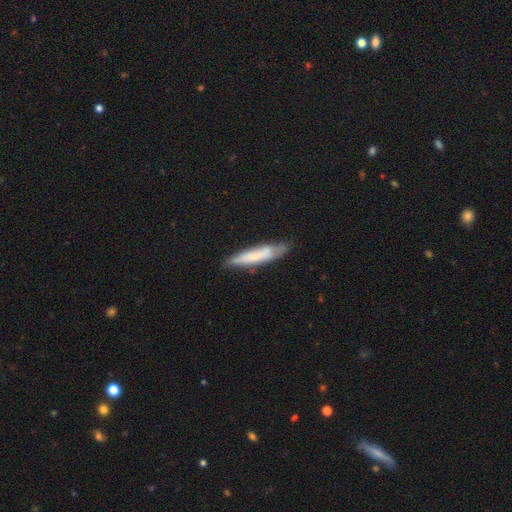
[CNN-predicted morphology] The model was most divided on "smooth or featured": smooth: 60%, featured or disk: 33%, star or artifact: 6%. More confident: how rounded — cigar-shaped (86%); merging — none (70%).